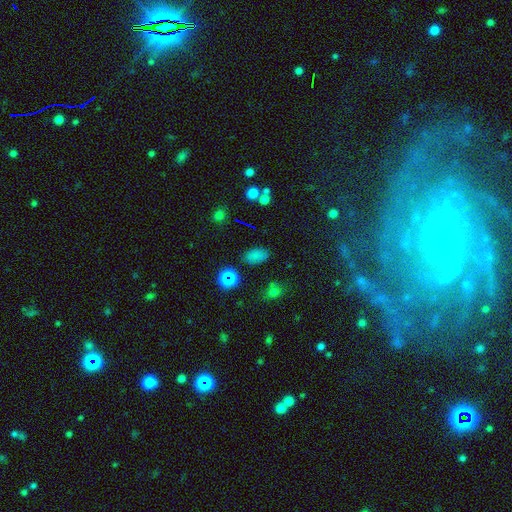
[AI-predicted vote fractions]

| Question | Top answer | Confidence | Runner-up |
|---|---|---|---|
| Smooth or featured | smooth | 71% | star or artifact (22%) |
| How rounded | in between | 87% | round (10%) |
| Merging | none | 80% | minor disturbance (12%) |